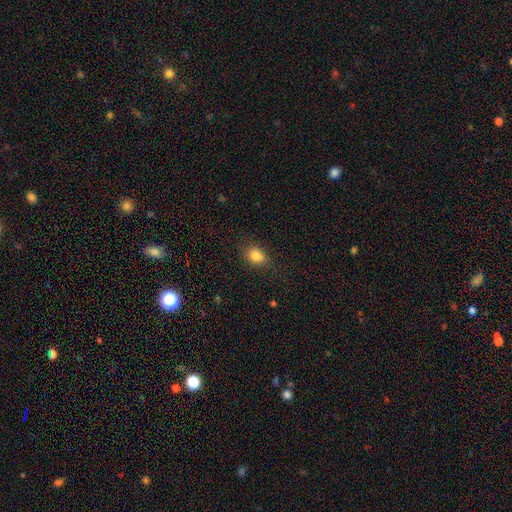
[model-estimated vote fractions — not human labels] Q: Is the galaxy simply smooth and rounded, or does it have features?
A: smooth — 83%.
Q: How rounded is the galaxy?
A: in between — 59%.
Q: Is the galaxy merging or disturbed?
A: none — 78%.